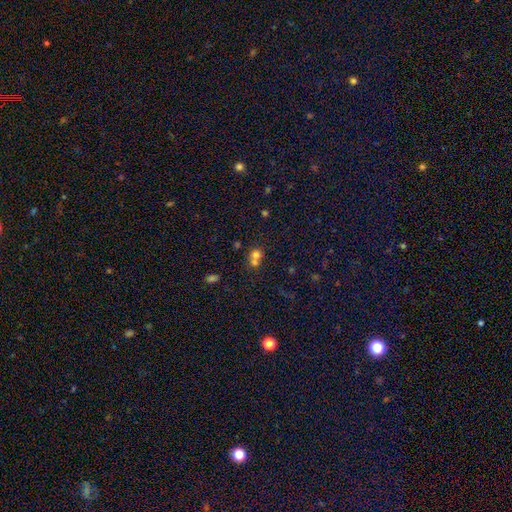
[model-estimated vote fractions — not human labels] smooth-or-featured: smooth: 70% | star or artifact: 17% | featured or disk: 14%
  how-rounded: round: 81% | in between: 18% | cigar-shaped: 1%
  merging: merger: 57% | none: 34% | minor disturbance: 6% | major disturbance: 3%